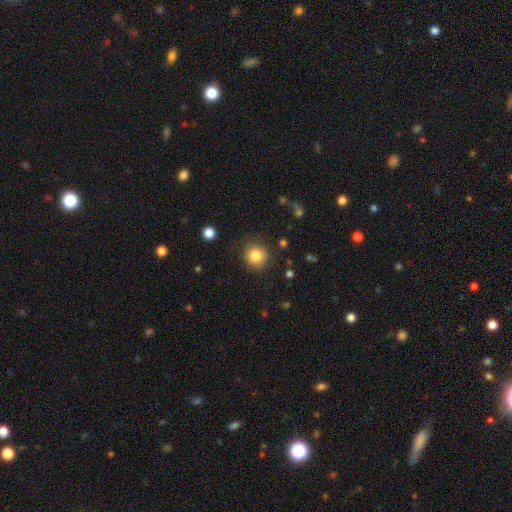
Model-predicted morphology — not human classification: Q: Smooth or featured?
A: smooth (84%); runner-up: star or artifact (10%)
Q: How rounded?
A: round (93%); runner-up: in between (6%)
Q: Merging?
A: none (88%); runner-up: minor disturbance (8%)